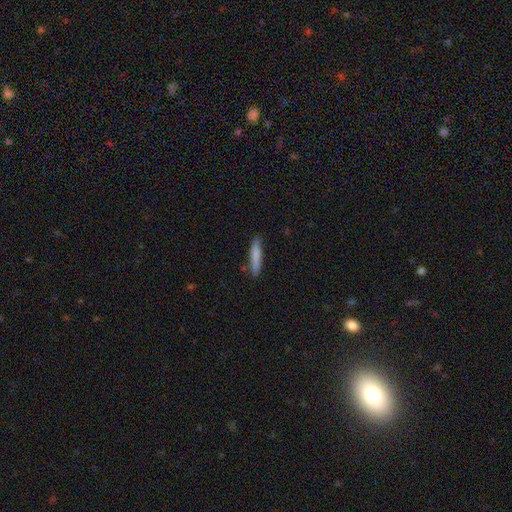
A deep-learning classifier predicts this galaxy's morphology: smooth_or_featured: smooth (p=0.79) [alt: featured or disk p=0.15]
how_rounded: cigar-shaped (p=0.90) [alt: in between p=0.09]
merging: none (p=0.83) [alt: minor disturbance p=0.12]